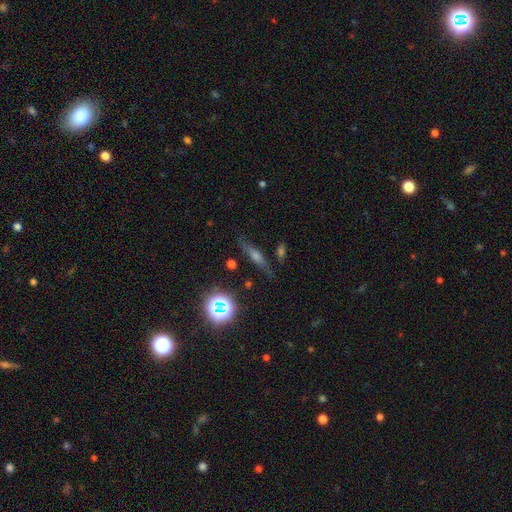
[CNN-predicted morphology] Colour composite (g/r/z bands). It shows a featured or disk galaxy (53%) viewed edge-on (88%). Merging: none (81%).